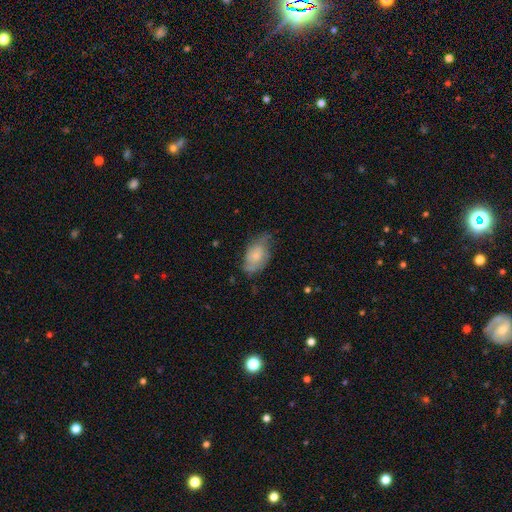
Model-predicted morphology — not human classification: Smooth or featured? Predicted: smooth (p=0.59). How rounded? Predicted: in between (p=0.92). Merging? Predicted: none (p=0.49).